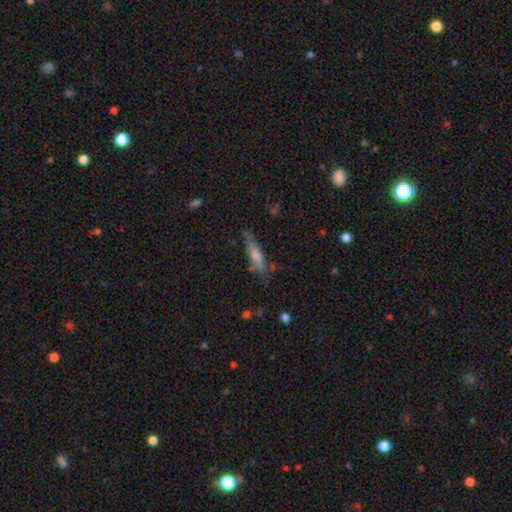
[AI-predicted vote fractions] A smooth galaxy with no disk features (70%) that is cigar-shaped (72%).

Vote fractions:
- Smooth or featured? smooth: 70% / featured or disk: 24% / star or artifact: 7%
- How rounded? cigar-shaped: 72% / in between: 27% / round: 2%
- Merging? none: 63% / minor disturbance: 25% / major disturbance: 8% / merger: 4%